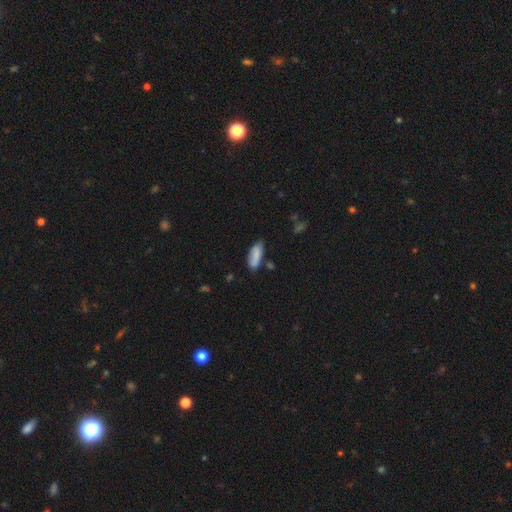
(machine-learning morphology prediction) smooth 77%, featured or disk 16%, star or artifact 7%. Down the decision tree: how rounded — in between (75%); merging — none (68%).